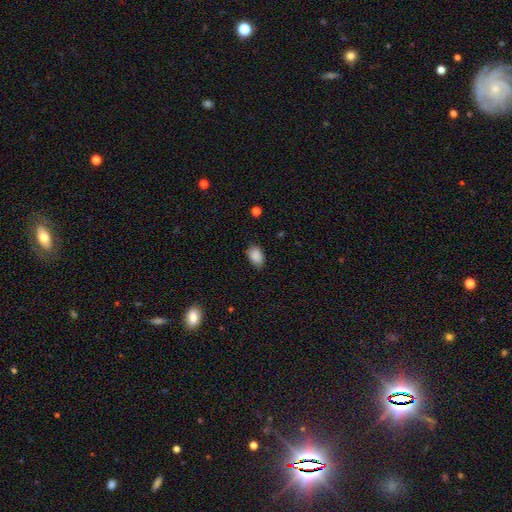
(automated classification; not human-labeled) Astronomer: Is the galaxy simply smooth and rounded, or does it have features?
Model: smooth — 88%.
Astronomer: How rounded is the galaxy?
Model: in between — 86%.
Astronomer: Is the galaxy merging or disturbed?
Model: none — 76%.